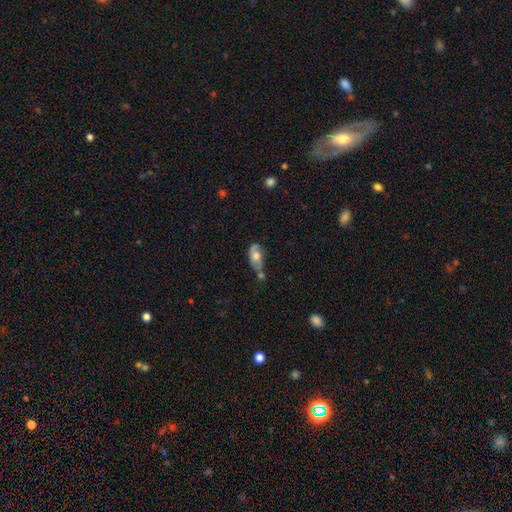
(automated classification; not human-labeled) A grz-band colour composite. It shows a smooth galaxy with no disk features (55%) that is in between round and cigar-shaped (87%). Merging: none (37%).